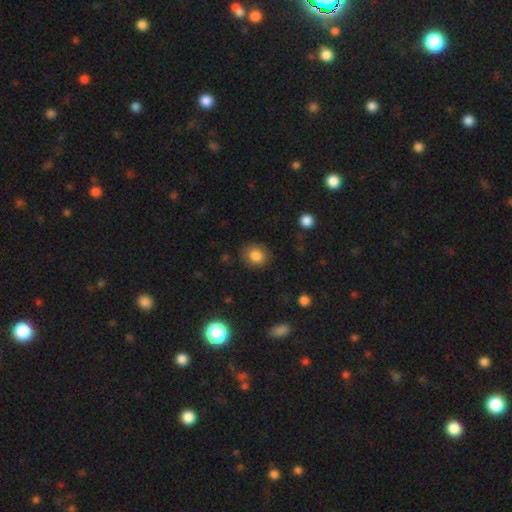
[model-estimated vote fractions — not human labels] A smooth galaxy with no disk features (83%) that is round (74%). Merging: none (83%).